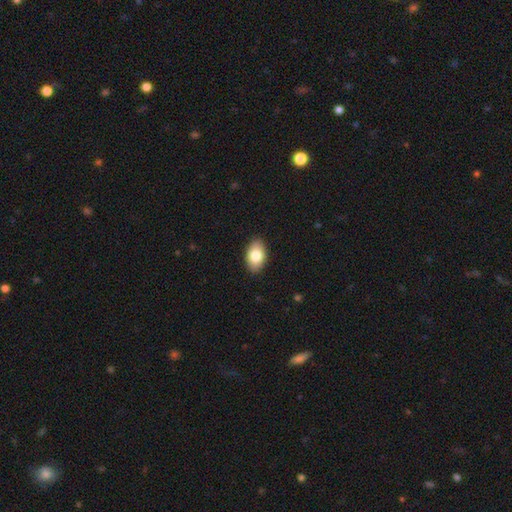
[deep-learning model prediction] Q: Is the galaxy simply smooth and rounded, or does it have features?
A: smooth — 83%.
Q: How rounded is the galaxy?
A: in between — 92%.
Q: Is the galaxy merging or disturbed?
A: none — 88%.